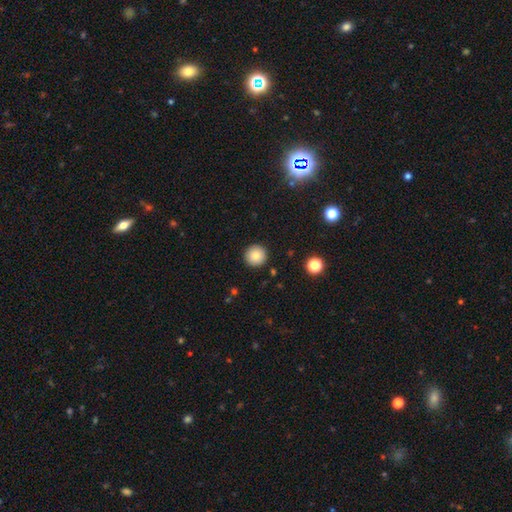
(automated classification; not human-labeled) A smooth galaxy with no disk features (84%) that is round (95%).

Vote fractions:
- Smooth or featured? smooth: 84% / star or artifact: 10% / featured or disk: 6%
- How rounded? round: 95% / in between: 4% / cigar-shaped: 1%
- Merging? none: 92% / minor disturbance: 5% / major disturbance: 2% / merger: 1%